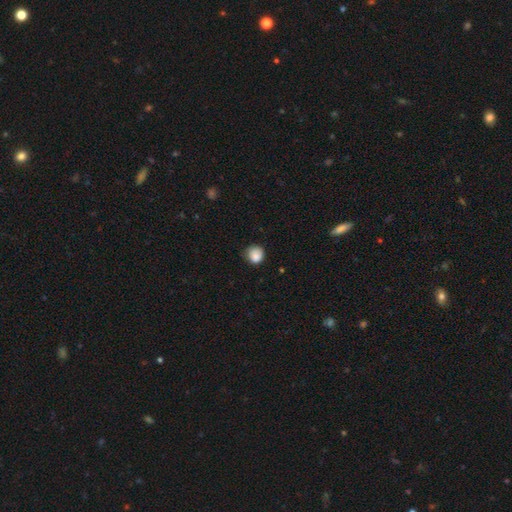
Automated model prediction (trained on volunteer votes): A smooth galaxy with no disk features (87%) that is round (88%).

Vote fractions:
- Smooth or featured? smooth: 87% / star or artifact: 9% / featured or disk: 4%
- How rounded? round: 88% / in between: 11% / cigar-shaped: 1%
- Merging? none: 71% / minor disturbance: 23% / major disturbance: 5% / merger: 1%